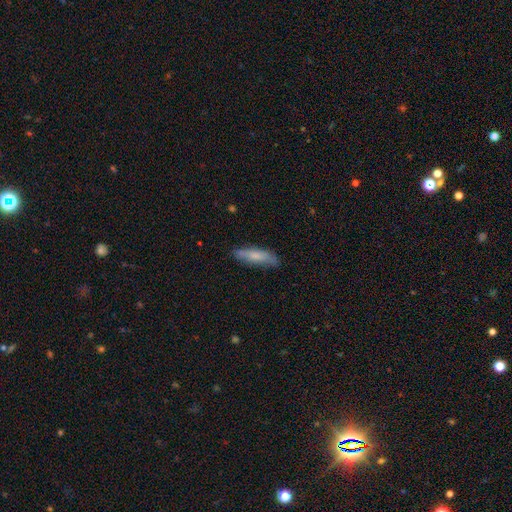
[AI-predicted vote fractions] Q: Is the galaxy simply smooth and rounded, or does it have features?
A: smooth — 68%.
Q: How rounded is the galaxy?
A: cigar-shaped — 66%.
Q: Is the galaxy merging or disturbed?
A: none — 78%.